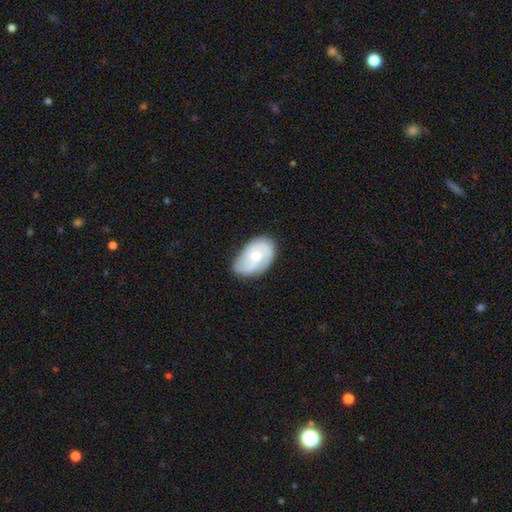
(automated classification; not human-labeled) This appears to be a featured or disk galaxy (61%) with no bar (67%), spiral arms (83%) and a moderate central bulge (59%). Merging: none (66%).